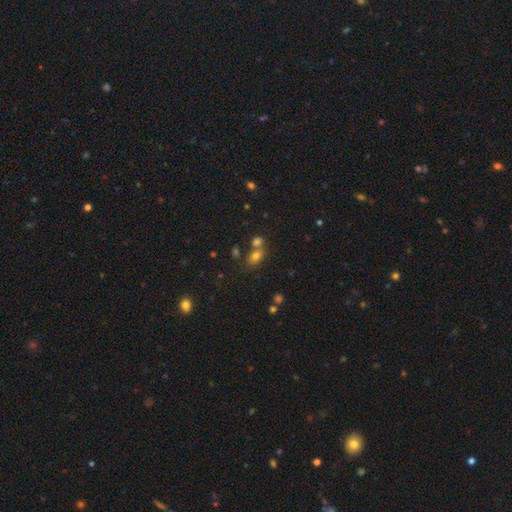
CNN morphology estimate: A smooth galaxy with no disk features (72%) that is in between round and cigar-shaped (73%).

Vote fractions:
- Smooth or featured? smooth: 72% / star or artifact: 18% / featured or disk: 10%
- How rounded? in between: 73% / round: 25% / cigar-shaped: 2%
- Merging? none: 49% / merger: 37% / minor disturbance: 10% / major disturbance: 4%